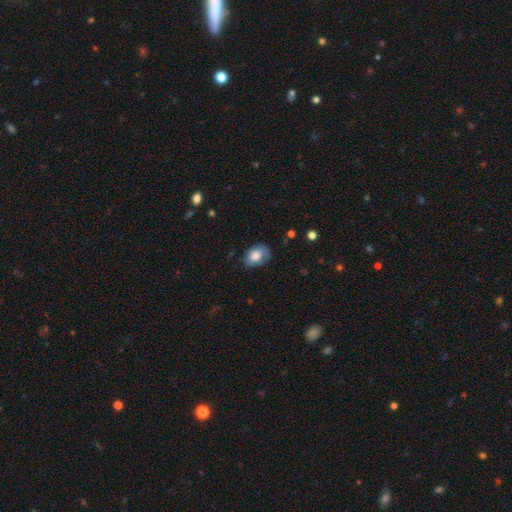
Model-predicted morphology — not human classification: type=smooth (81%); roundness=in between (77%); merging=none (68%).